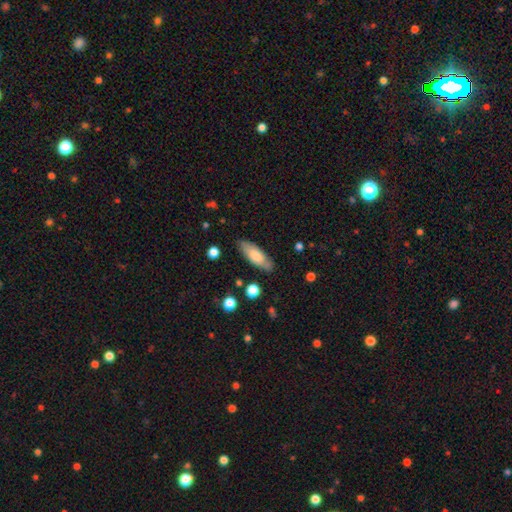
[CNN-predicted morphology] Q: Smooth or featured?
A: smooth (73%); runner-up: featured or disk (21%)
Q: How rounded?
A: in between (62%); runner-up: cigar-shaped (36%)
Q: Merging?
A: none (84%); runner-up: minor disturbance (12%)